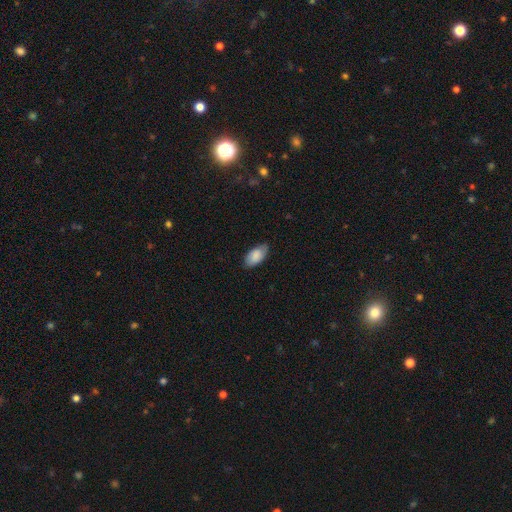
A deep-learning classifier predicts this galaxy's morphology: A smooth galaxy with no disk features (83%) that is in between round and cigar-shaped (94%).

Vote fractions:
- Smooth or featured? smooth: 83% / featured or disk: 11% / star or artifact: 6%
- How rounded? in between: 94% / cigar-shaped: 3% / round: 3%
- Merging? none: 76% / minor disturbance: 20% / major disturbance: 3% / merger: 1%